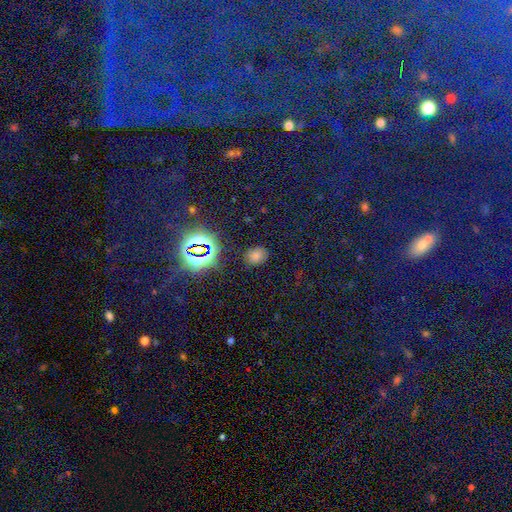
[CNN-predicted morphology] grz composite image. It shows a smooth galaxy with no disk features (58%) that is in between round and cigar-shaped (56%). Merging: none (86%).